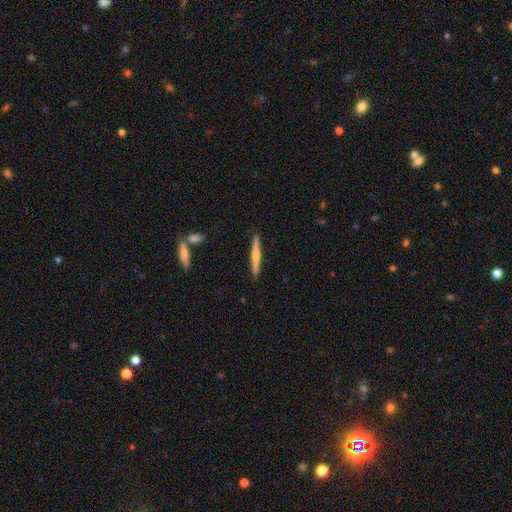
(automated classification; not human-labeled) A smooth galaxy with no disk features (50%) that is cigar-shaped (95%). Merging: none (90%).